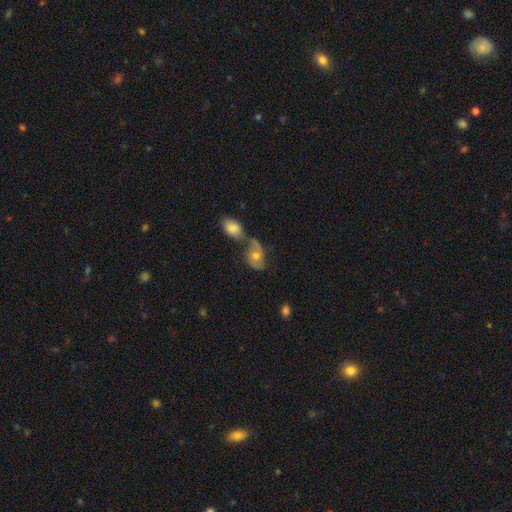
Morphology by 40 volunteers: smooth 52%, featured or disk 42%, star or artifact 5%. Down the decision tree: how rounded — in between (95%); merging — merger (39%).